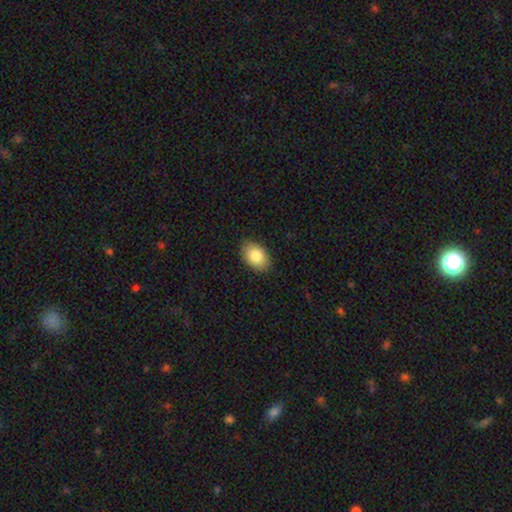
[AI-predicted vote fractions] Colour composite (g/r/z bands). It shows a smooth galaxy with no disk features (84%) that is in between round and cigar-shaped (88%). Merging: none (89%).